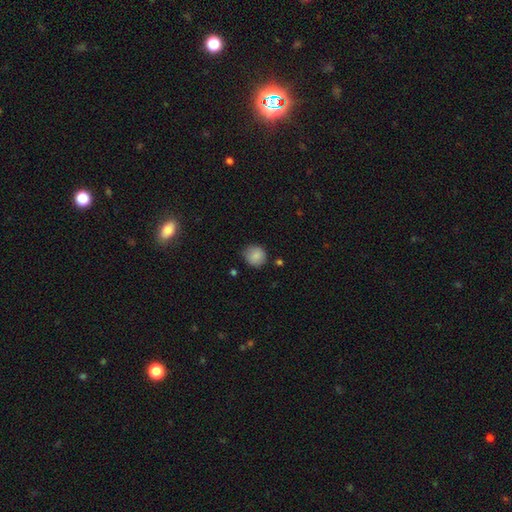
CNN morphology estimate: This is clearly a smooth galaxy (85%). How rounded: clearly round (89%). Merging: likely none (75%).